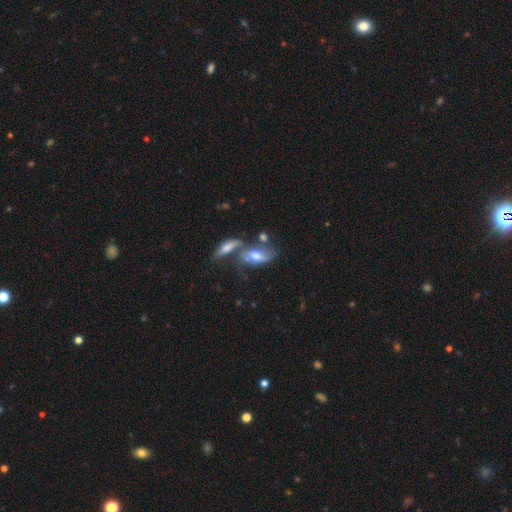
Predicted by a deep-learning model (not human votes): Smooth or featured? Predicted: featured or disk (p=0.48). Merging? Predicted: merger (p=0.44).